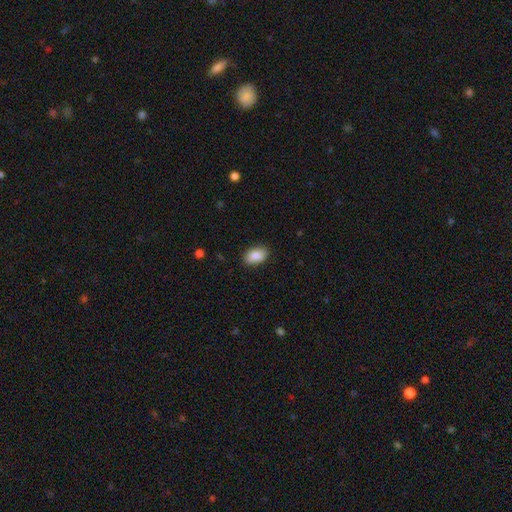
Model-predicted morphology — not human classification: smooth_or_featured: smooth (p=0.88) [alt: star or artifact p=0.07]
how_rounded: in between (p=0.90) [alt: round p=0.09]
merging: none (p=0.88) [alt: minor disturbance p=0.09]